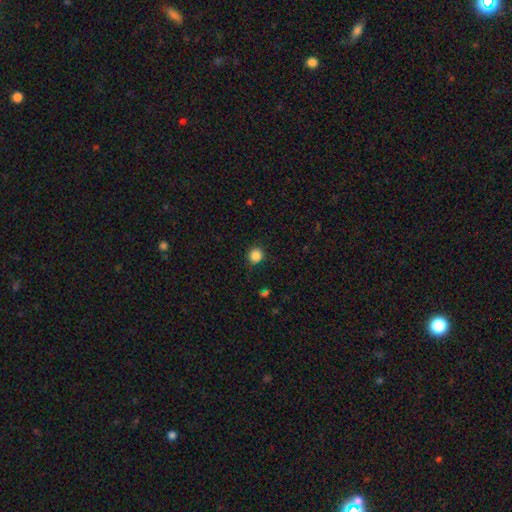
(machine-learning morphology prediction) smooth_or_featured: smooth (p=0.86) [alt: star or artifact p=0.11]
how_rounded: round (p=0.92) [alt: in between p=0.07]
merging: none (p=0.88) [alt: minor disturbance p=0.08]